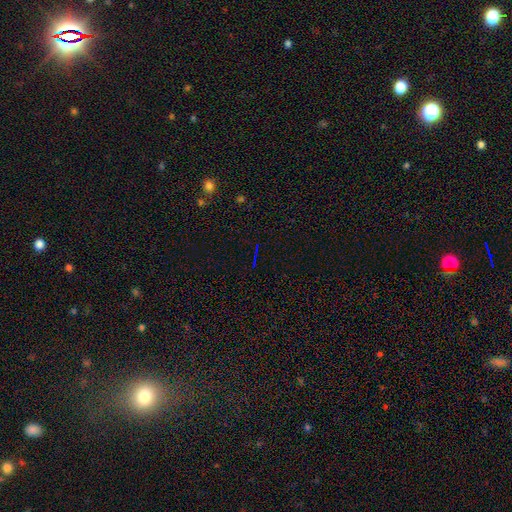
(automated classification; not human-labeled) This appears to be a star or artifact, not a galaxy (73%).